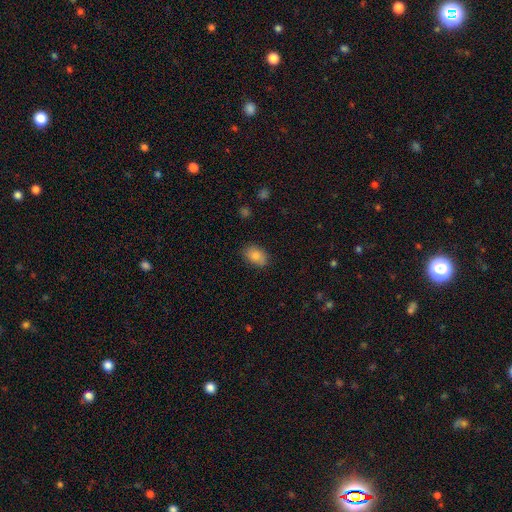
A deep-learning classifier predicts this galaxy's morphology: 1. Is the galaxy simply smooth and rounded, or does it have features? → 83% smooth, 9% featured or disk, 8% star or artifact.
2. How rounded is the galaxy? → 83% in between, 16% round, 1% cigar-shaped.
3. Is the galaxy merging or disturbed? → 84% none, 12% minor disturbance, 2% major disturbance, 1% merger.